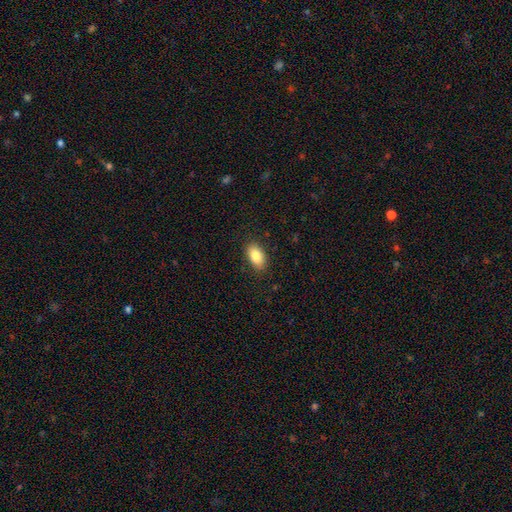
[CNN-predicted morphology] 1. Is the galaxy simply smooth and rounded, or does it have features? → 85% smooth, 7% star or artifact, 7% featured or disk.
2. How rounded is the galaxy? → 92% in between, 5% round, 2% cigar-shaped.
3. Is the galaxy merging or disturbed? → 86% none, 10% minor disturbance, 3% major disturbance, 1% merger.